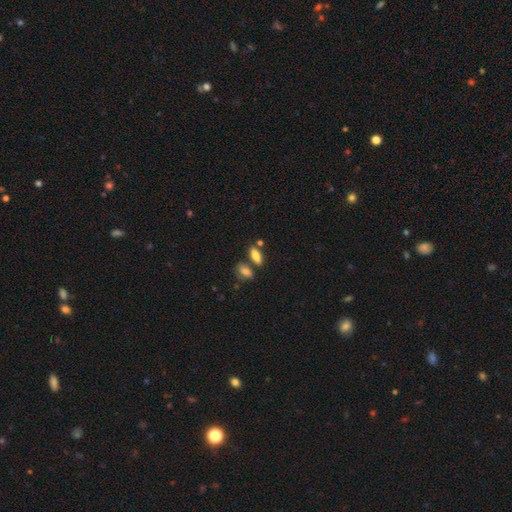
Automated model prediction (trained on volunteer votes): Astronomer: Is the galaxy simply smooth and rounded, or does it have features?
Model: smooth — 81%.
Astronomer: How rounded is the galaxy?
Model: in between — 77%.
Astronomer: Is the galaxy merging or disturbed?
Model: none — 67%.